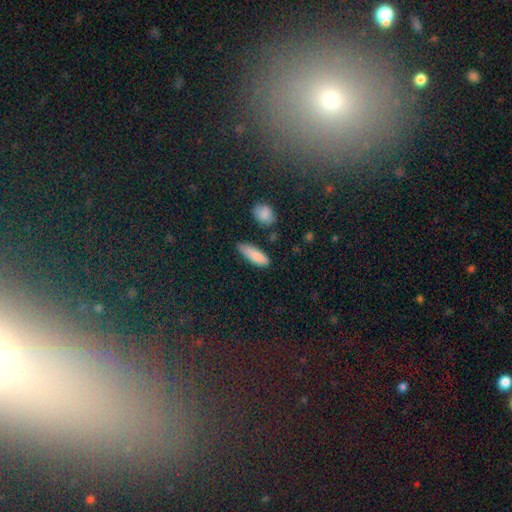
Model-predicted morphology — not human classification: This is clearly a smooth galaxy (85%). How rounded: possibly in between (54%). Merging: likely none (68%).